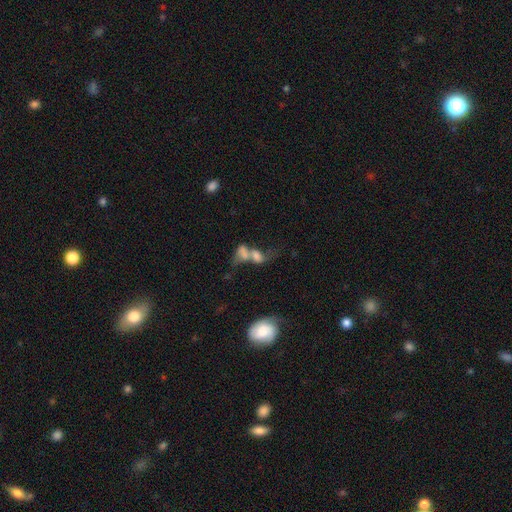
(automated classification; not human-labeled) Smooth or featured?
  - smooth: 57% *
  - featured or disk: 29%
  - star or artifact: 13%
How rounded?
  - in between: 75% *
  - round: 19%
  - cigar-shaped: 6%
Merging?
  - merger: 73% *
  - none: 11%
  - major disturbance: 10%
  - minor disturbance: 6%